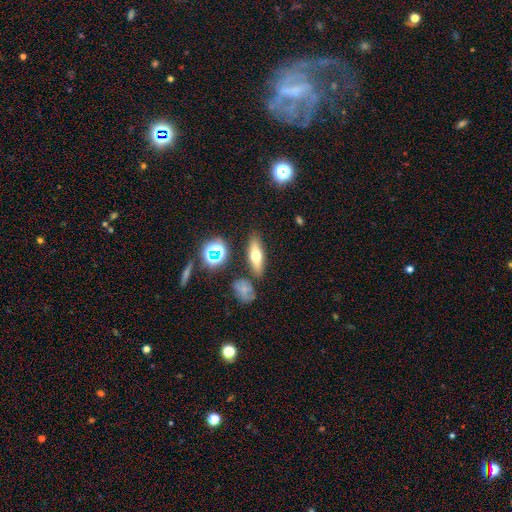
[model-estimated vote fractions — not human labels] smooth_or_featured: smooth (p=0.53) [alt: featured or disk p=0.34]
how_rounded: in between (p=0.48) [alt: cigar-shaped p=0.45]
merging: none (p=0.82) [alt: minor disturbance p=0.10]